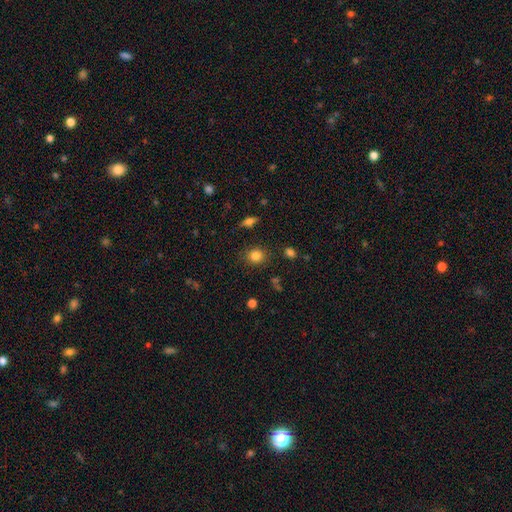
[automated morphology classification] Smooth or featured? smooth (82%)
How rounded? round (76%)
Merging? none (86%)